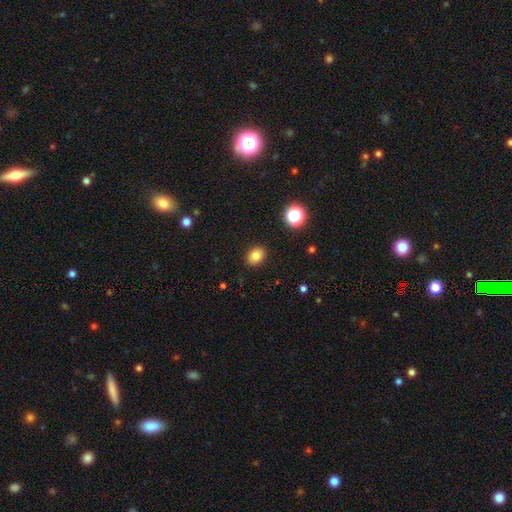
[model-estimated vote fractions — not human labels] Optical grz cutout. It shows a smooth galaxy with no disk features (82%) that is in between round and cigar-shaped (61%). Merging: none (89%).